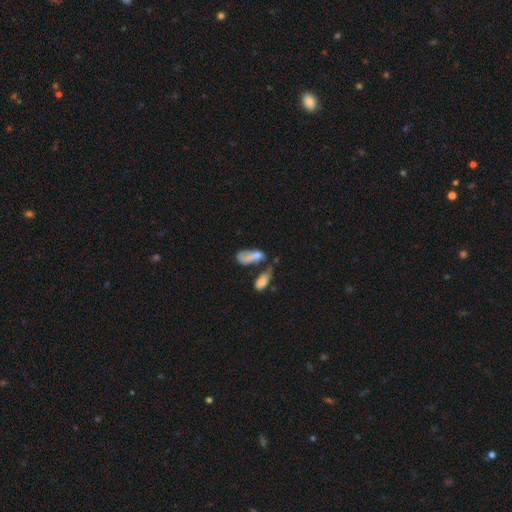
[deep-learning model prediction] smooth 62%, featured or disk 28%, star or artifact 10%. Down the decision tree: how rounded — in between (79%); merging — merger (52%).